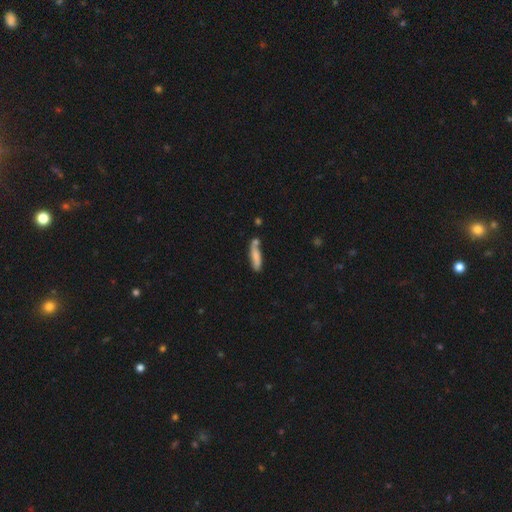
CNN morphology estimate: smooth-or-featured: smooth: 72% | featured or disk: 21% | star or artifact: 7%
  how-rounded: cigar-shaped: 75% | in between: 23% | round: 2%
  merging: none: 53% | minor disturbance: 21% | merger: 19% | major disturbance: 6%